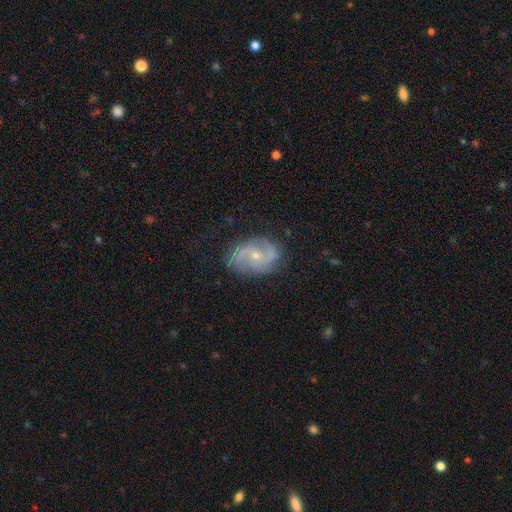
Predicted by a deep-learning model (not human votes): smooth-or-featured: featured or disk: 83% | smooth: 11% | star or artifact: 6%
  disk-edge-on: no: 97% | yes: 3%
    bar: no: 61% | weak: 32% | strong: 7%
    has-spiral-arms: yes: 94% | no: 6%
      spiral-winding: medium: 50% | tight: 26% | loose: 25%
      spiral-arm-count: 2: 80% | can't tell: 8% | 3: 6% | 1: 2% | 4: 2% | more than 4: 2%
    bulge-size: small: 58% | moderate: 39% | none: 1% | large: 1% | dominant: 1%
  merging: none: 78% | minor disturbance: 16% | major disturbance: 5% | merger: 1%